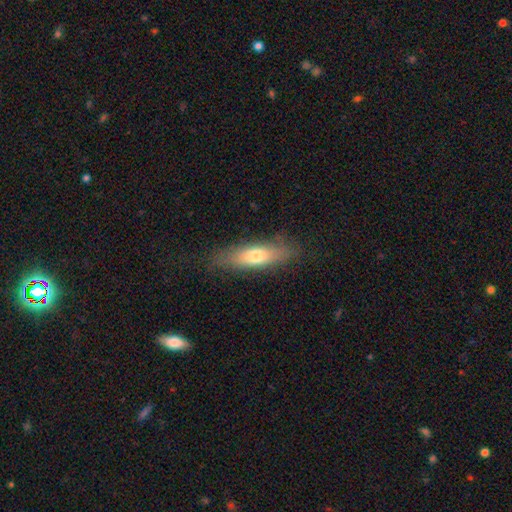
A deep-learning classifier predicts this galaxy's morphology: smooth_or_featured: smooth (p=0.65) [alt: featured or disk p=0.28]
how_rounded: cigar-shaped (p=0.58) [alt: in between p=0.39]
merging: none (p=0.79) [alt: minor disturbance p=0.15]